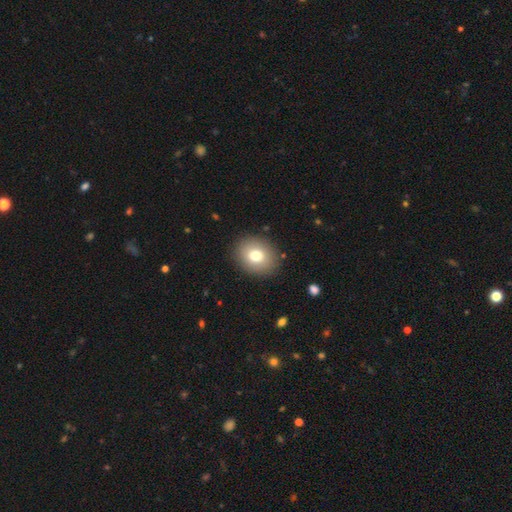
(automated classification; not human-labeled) Morphology: type=smooth (76%); roundness=round (50%, tied with in between); merging=none (88%).